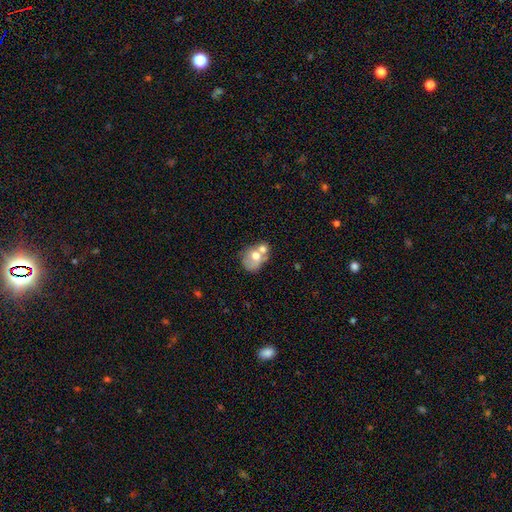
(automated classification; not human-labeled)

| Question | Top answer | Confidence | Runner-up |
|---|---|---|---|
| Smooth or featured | smooth | 61% | featured or disk (30%) |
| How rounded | round | 55% | in between (44%) |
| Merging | merger | 54% | none (27%) |